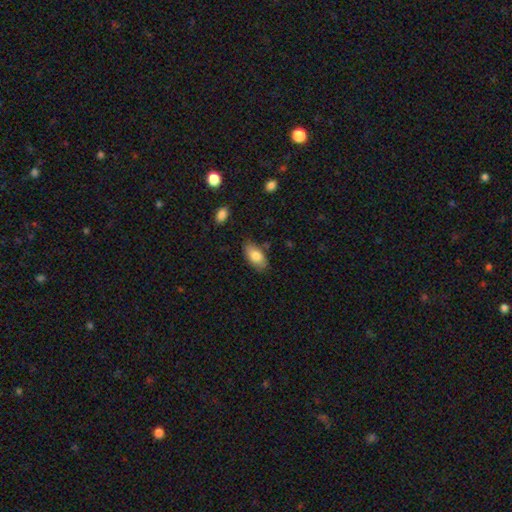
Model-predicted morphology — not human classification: Smooth or featured?
  - smooth: 82% *
  - featured or disk: 12%
  - star or artifact: 7%
How rounded?
  - in between: 92% *
  - cigar-shaped: 5%
  - round: 3%
Merging?
  - none: 79% *
  - minor disturbance: 15%
  - major disturbance: 3%
  - merger: 2%